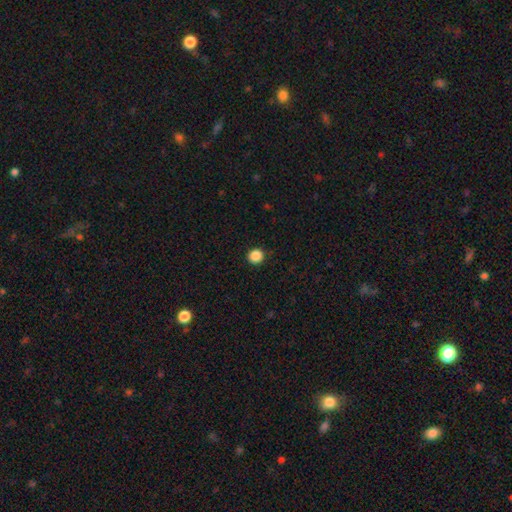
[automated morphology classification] The model was most divided on "smooth or featured": smooth: 88%, star or artifact: 10%, featured or disk: 2%. More confident: merging — none (93%); how rounded — round (93%).